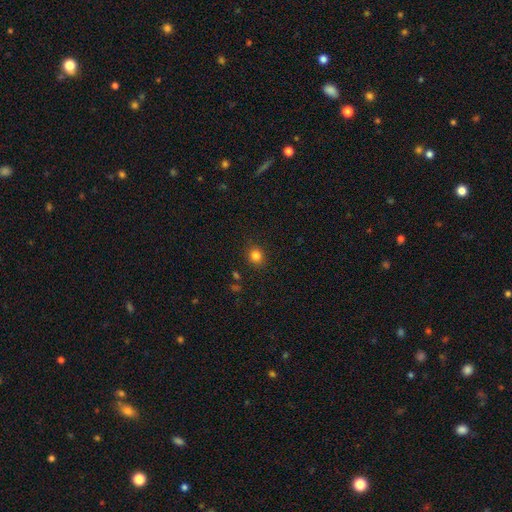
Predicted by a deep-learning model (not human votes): A smooth galaxy with no disk features (83%) that is round (79%). Merging: none (89%).